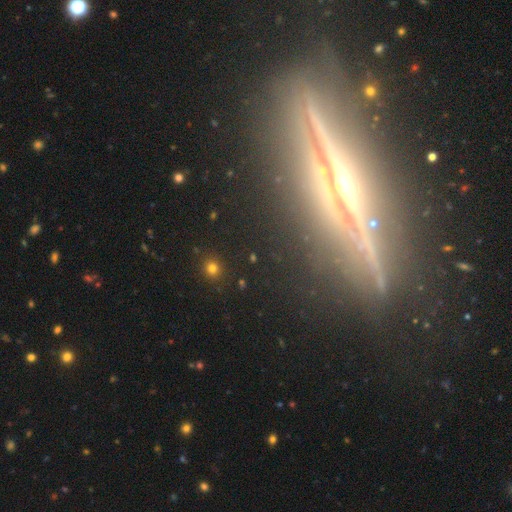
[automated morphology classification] This appears to be a featured or disk galaxy (79%) viewed edge-on (93%) with a rounded central bulge (78%). Merging: none (83%).